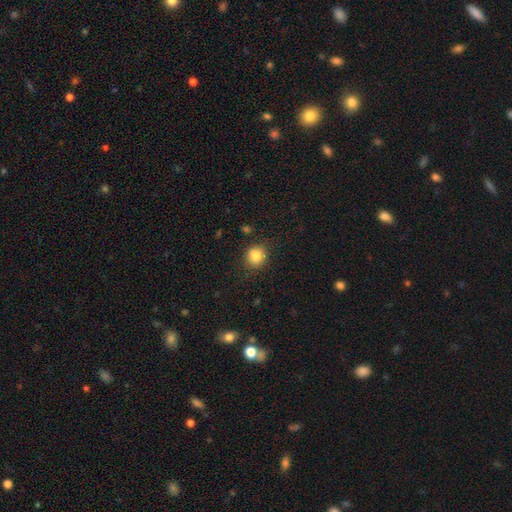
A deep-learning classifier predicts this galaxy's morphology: smooth 84%, star or artifact 10%, featured or disk 5%. Down the decision tree: how rounded — round (85%); merging — none (85%).